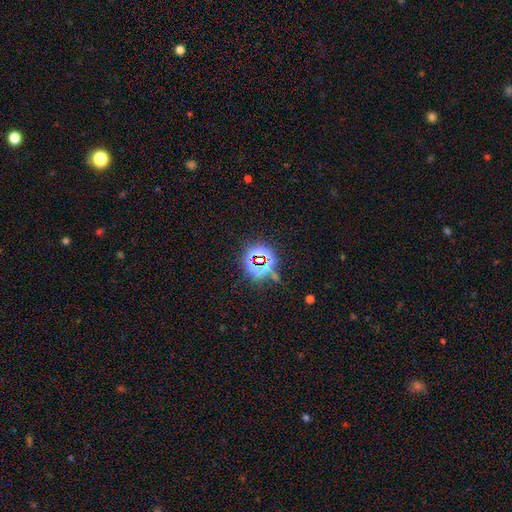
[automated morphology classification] Smooth or featured? star or artifact (78%)